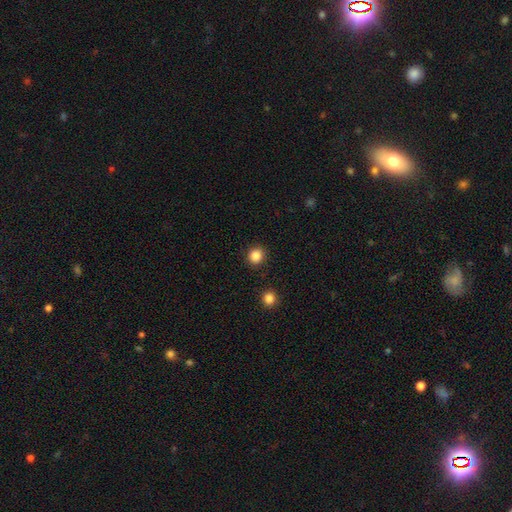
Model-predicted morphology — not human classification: Q: Smooth or featured?
A: smooth (85%); runner-up: star or artifact (11%)
Q: How rounded?
A: round (88%); runner-up: in between (11%)
Q: Merging?
A: none (91%); runner-up: minor disturbance (5%)